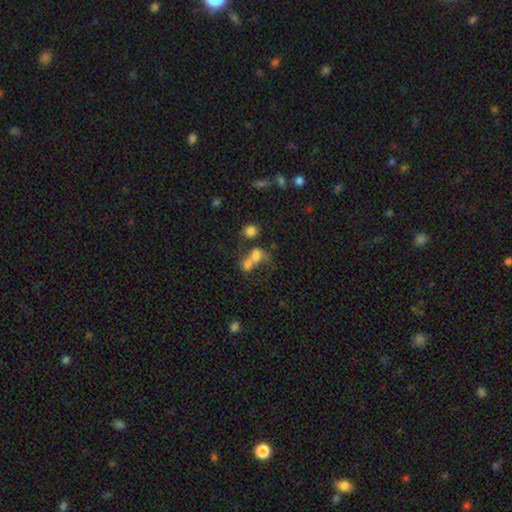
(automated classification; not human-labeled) The model was most divided on "how rounded" (2-way tie): in between: 49%, round: 49%, cigar-shaped: 2%. More confident: merging — merger (67%); smooth or featured — smooth (65%).